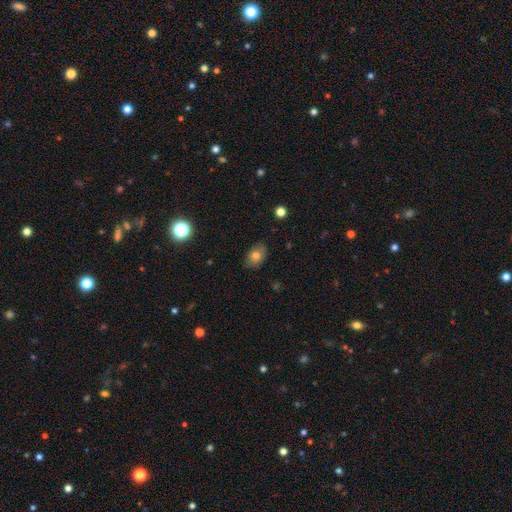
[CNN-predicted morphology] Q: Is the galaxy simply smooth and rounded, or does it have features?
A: smooth — 77%.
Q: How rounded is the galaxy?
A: in between — 77%.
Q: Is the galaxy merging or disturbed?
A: none — 82%.